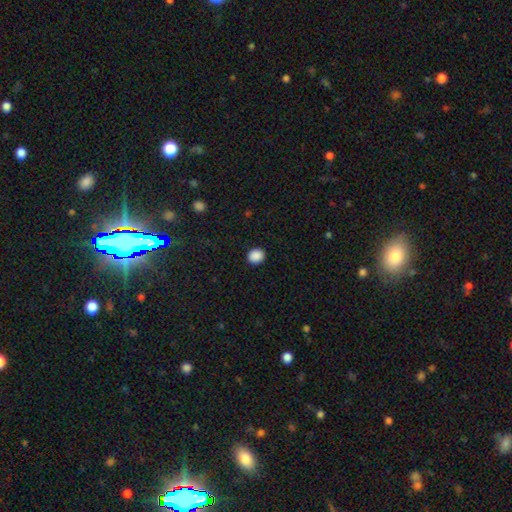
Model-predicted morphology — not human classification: A smooth galaxy with no disk features (89%) that is round (74%). Merging: none (92%).